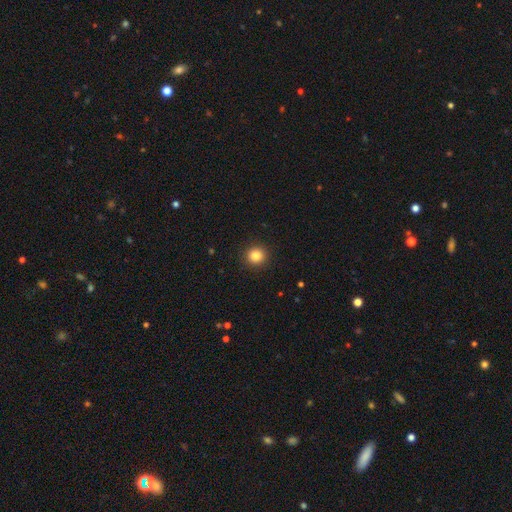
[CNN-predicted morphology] type=smooth (84%); roundness=round (92%); merging=none (92%).